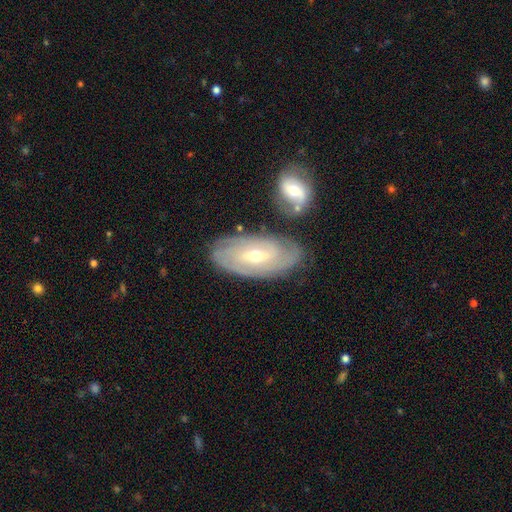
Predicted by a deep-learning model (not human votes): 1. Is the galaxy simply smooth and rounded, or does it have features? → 76% featured or disk, 18% smooth, 6% star or artifact.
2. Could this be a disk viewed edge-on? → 91% no, 9% yes.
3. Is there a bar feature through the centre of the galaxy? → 46% weak, 35% no, 19% strong.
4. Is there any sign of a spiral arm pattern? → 87% yes, 13% no.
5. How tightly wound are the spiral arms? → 69% tight, 24% medium, 7% loose.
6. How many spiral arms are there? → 45% can't tell, 30% 2, 12% 3, 7% 4, 4% 1, 4% more than 4.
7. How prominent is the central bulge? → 49% small, 48% moderate, 1% large, 1% none, 1% dominant.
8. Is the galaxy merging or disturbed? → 73% none, 15% minor disturbance, 9% merger, 4% major disturbance.